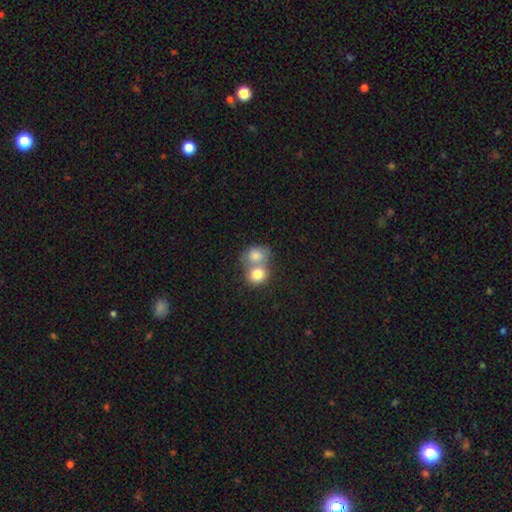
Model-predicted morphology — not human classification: smooth-or-featured: smooth: 79% | featured or disk: 12% | star or artifact: 9%
  how-rounded: round: 66% | in between: 33% | cigar-shaped: 1%
  merging: merger: 65% | none: 25% | minor disturbance: 7% | major disturbance: 3%